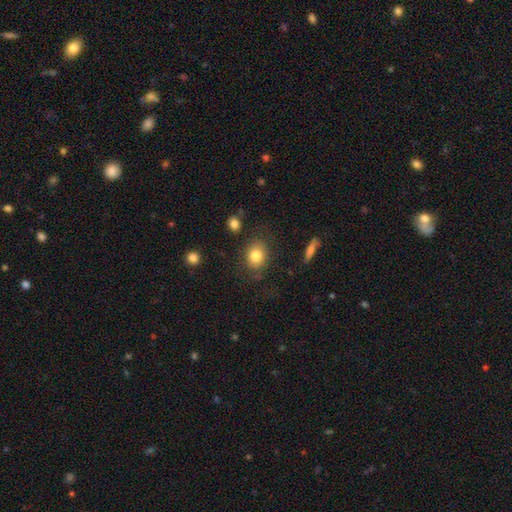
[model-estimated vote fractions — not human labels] smooth_or_featured: smooth (p=0.81) [alt: featured or disk p=0.10]
how_rounded: in between (p=0.57) [alt: round p=0.42]
merging: none (p=0.79) [alt: minor disturbance p=0.14]